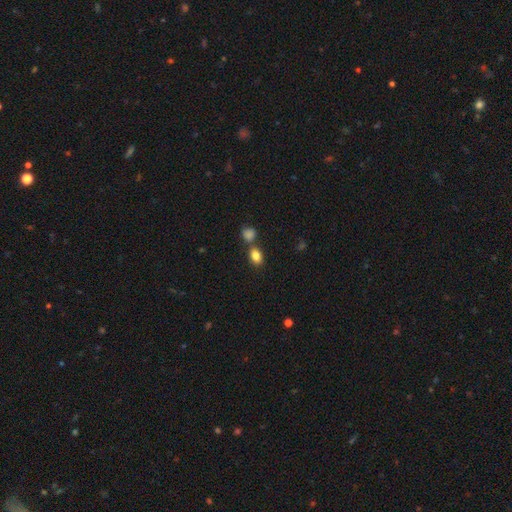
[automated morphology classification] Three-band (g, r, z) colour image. It shows a smooth galaxy with no disk features (84%) that is in between round and cigar-shaped (75%). Merging: none (62%).